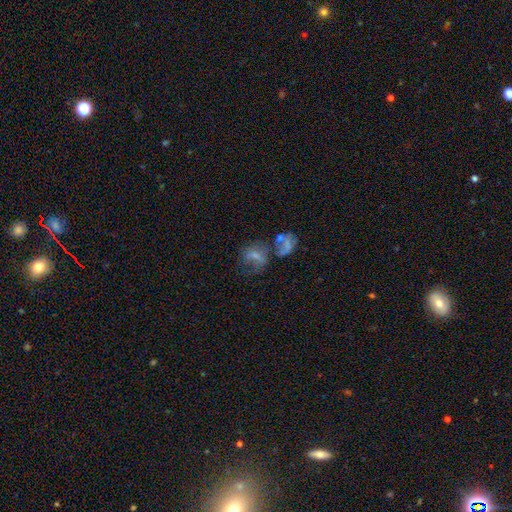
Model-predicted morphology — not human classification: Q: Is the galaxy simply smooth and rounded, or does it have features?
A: smooth — 48%.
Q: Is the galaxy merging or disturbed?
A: major disturbance — 29%, tied with none.